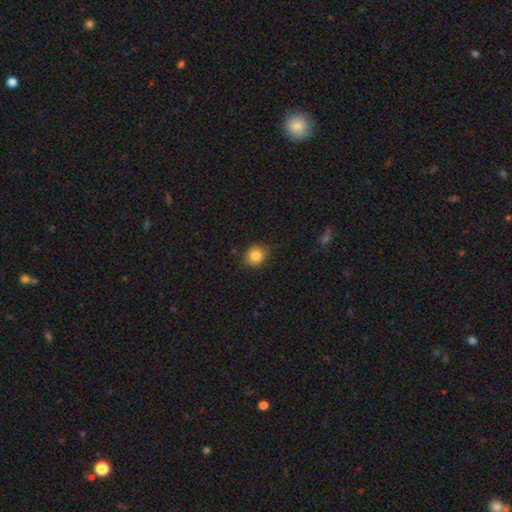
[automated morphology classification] A smooth galaxy with no disk features (85%) that is round (82%). Merging: none (81%).